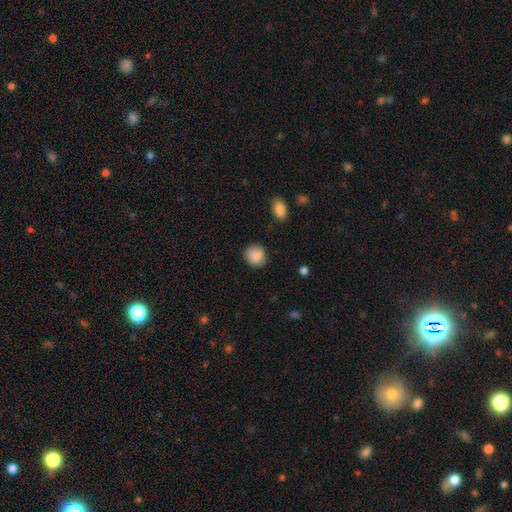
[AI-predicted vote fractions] Overall: smooth (89%). How rounded: round (88%). Merging: none (88%).